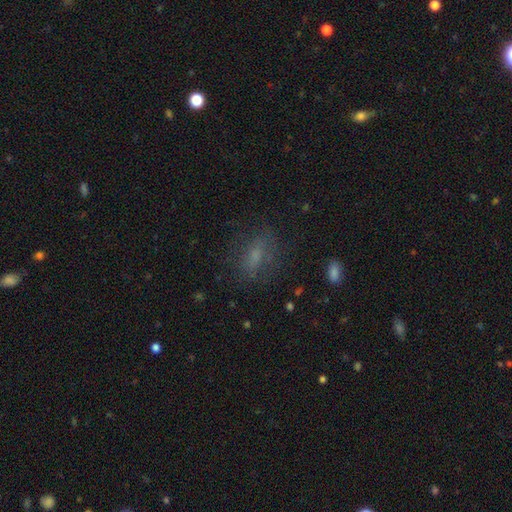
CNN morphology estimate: A smooth galaxy with no disk features (59%) that is in between round and cigar-shaped (69%). Merging: none (71%).